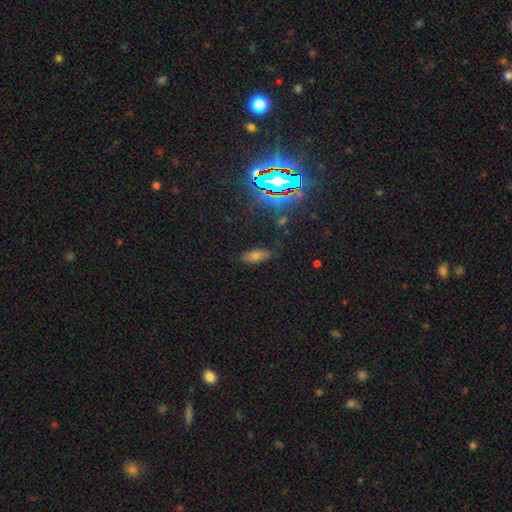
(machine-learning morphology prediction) Smooth or featured? smooth (47%)
Merging? none (81%)